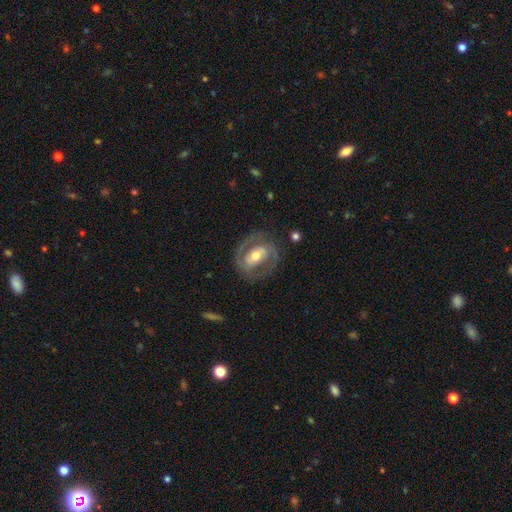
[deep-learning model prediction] smooth_or_featured: featured or disk (p=0.83) [alt: smooth p=0.13]
disk_edge_on: no (p=0.96) [alt: yes p=0.04]
bar: strong (p=0.37) [alt: weak p=0.36]
has_spiral_arms: yes (p=0.89) [alt: no p=0.11]
spiral_winding: medium (p=0.46) [alt: tight p=0.41]
spiral_arm_count: 2 (p=0.87) [alt: can't tell p=0.06]
bulge_size: moderate (p=0.68) [alt: small p=0.21]
merging: none (p=0.77) [alt: minor disturbance p=0.13]